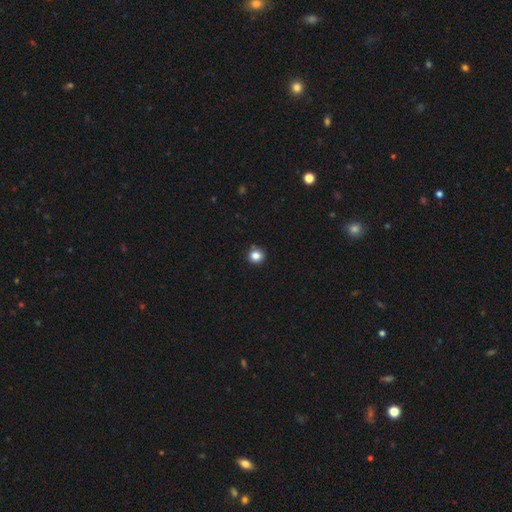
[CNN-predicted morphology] Smooth or featured: smooth — 84% (star or artifact — 12%)
How rounded: round — 93% (in between — 6%)
Merging: none — 90% (minor disturbance — 7%)